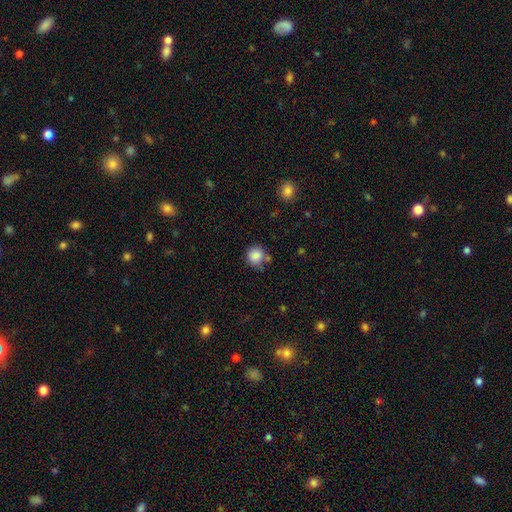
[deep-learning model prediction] smooth_or_featured: smooth (p=0.86) [alt: star or artifact p=0.09]
how_rounded: round (p=0.90) [alt: in between p=0.09]
merging: none (p=0.71) [alt: minor disturbance p=0.16]